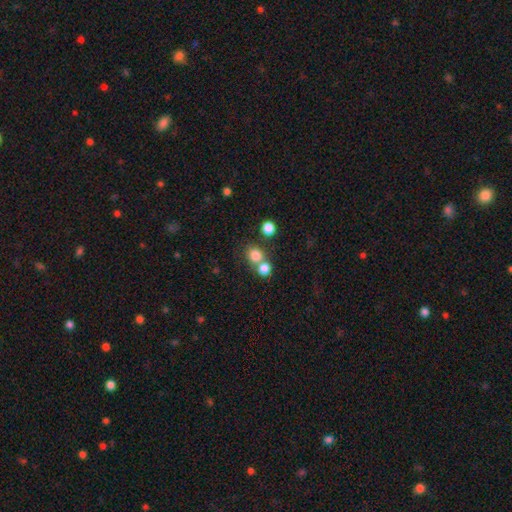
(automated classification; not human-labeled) A smooth galaxy with no disk features (79%) that is round (82%).

Vote fractions:
- Smooth or featured? smooth: 79% / star or artifact: 13% / featured or disk: 8%
- How rounded? round: 82% / in between: 17% / cigar-shaped: 1%
- Merging? none: 52% / merger: 38% / minor disturbance: 7% / major disturbance: 3%